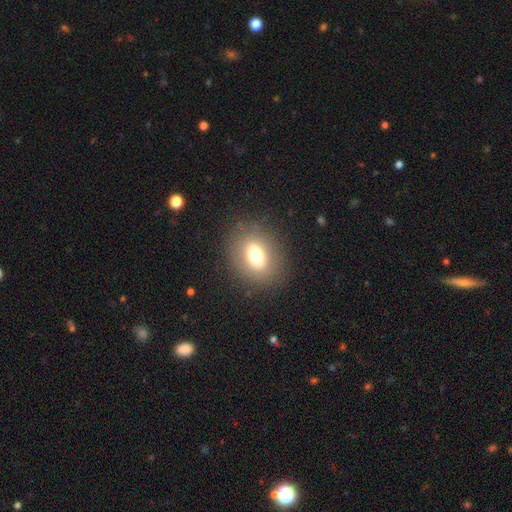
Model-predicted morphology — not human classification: Smooth or featured? smooth (67%)
How rounded? in between (58%)
Merging? none (84%)